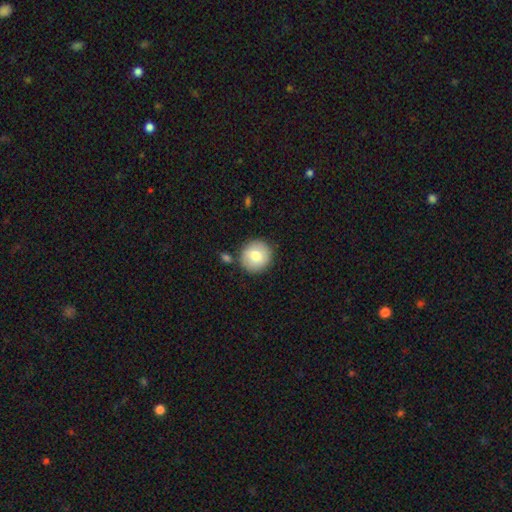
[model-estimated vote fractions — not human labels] A smooth galaxy with no disk features (76%) that is round (93%). Merging: none (83%).